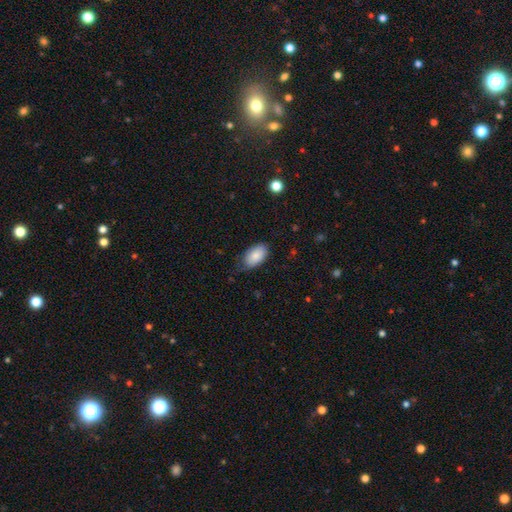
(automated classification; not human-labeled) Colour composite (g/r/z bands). It shows a smooth galaxy with no disk features (85%) that is in between round and cigar-shaped (94%). Merging: none (70%).